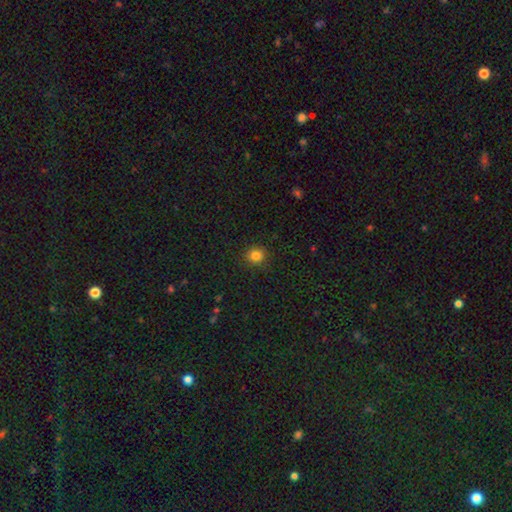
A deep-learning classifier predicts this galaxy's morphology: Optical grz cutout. It shows a smooth galaxy with no disk features (82%) that is round (89%). Merging: none (91%).